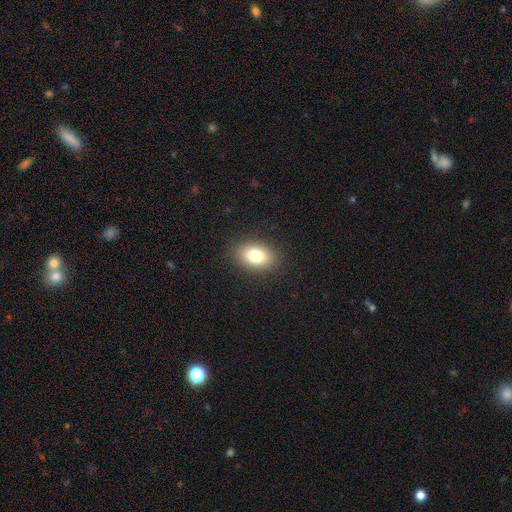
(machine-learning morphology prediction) Q: Smooth or featured?
A: smooth (80%); runner-up: featured or disk (10%)
Q: How rounded?
A: in between (83%); runner-up: round (15%)
Q: Merging?
A: none (88%); runner-up: minor disturbance (8%)